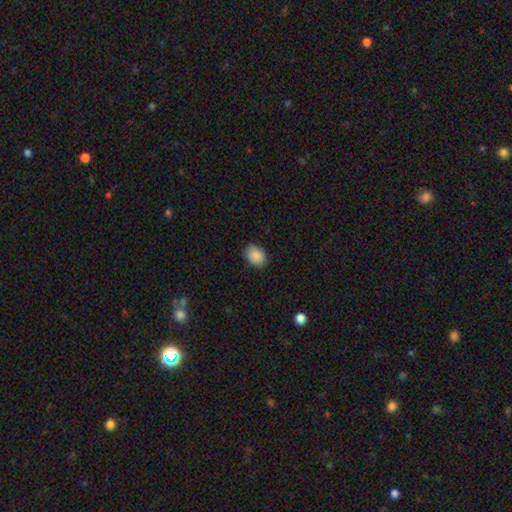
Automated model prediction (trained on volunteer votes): smooth-or-featured: smooth: 89% | star or artifact: 8% | featured or disk: 3%
  how-rounded: in between: 67% | round: 32% | cigar-shaped: 1%
  merging: none: 86% | minor disturbance: 10% | major disturbance: 2% | merger: 1%